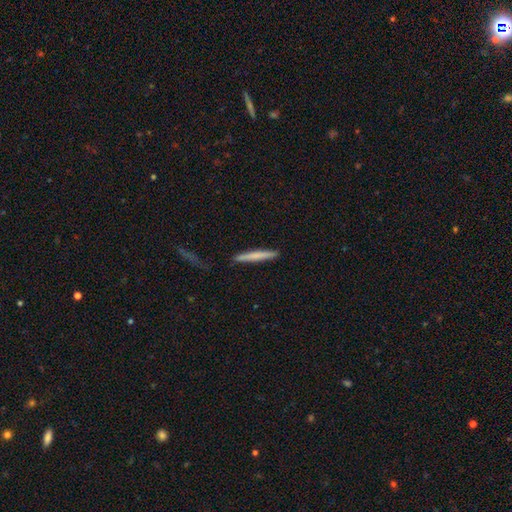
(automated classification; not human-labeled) A smooth galaxy with no disk features (68%) that is cigar-shaped (96%).

Vote fractions:
- Smooth or featured? smooth: 68% / featured or disk: 26% / star or artifact: 6%
- How rounded? cigar-shaped: 96% / in between: 3% / round: 1%
- Merging? none: 87% / minor disturbance: 9% / major disturbance: 2% / merger: 2%